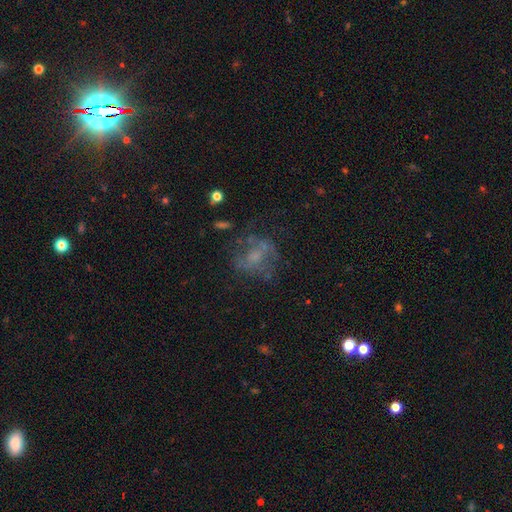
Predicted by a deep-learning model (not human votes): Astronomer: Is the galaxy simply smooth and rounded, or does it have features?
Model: featured or disk — 52% (runner-up: smooth, 30%).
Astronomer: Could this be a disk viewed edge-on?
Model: no — 97%.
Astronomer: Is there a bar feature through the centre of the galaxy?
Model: no — 73%.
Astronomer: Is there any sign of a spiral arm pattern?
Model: no — 63%.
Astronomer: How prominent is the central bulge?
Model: none — 34% (runner-up: small, 30%).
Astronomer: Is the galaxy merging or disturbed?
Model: none — 51%.